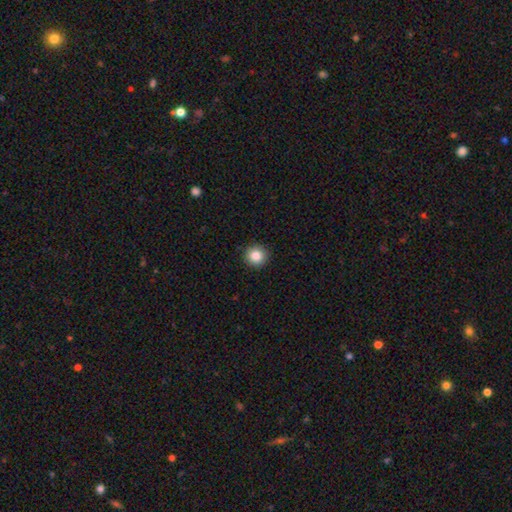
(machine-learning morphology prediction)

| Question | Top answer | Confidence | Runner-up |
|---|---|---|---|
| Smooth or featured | smooth | 85% | star or artifact (9%) |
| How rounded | round | 94% | in between (5%) |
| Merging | none | 92% | minor disturbance (5%) |